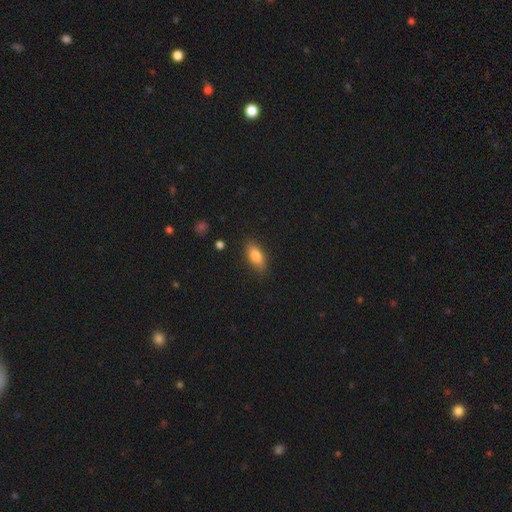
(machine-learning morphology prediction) The model was most divided on "how rounded": in between: 80%, cigar-shaped: 17%, round: 3%. More confident: merging — none (86%); smooth or featured — smooth (79%).